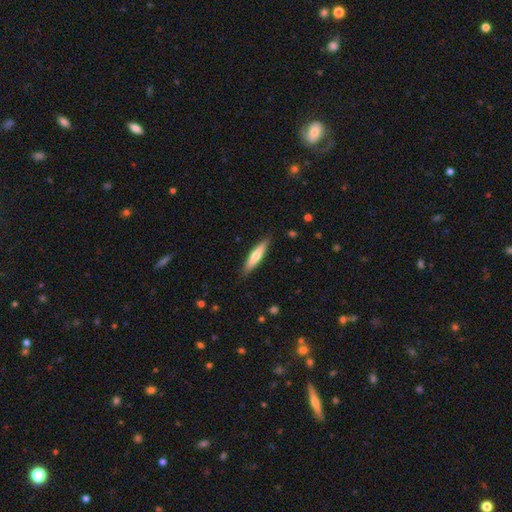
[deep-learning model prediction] A smooth galaxy with no disk features (61%) that is cigar-shaped (85%). Merging: none (87%).